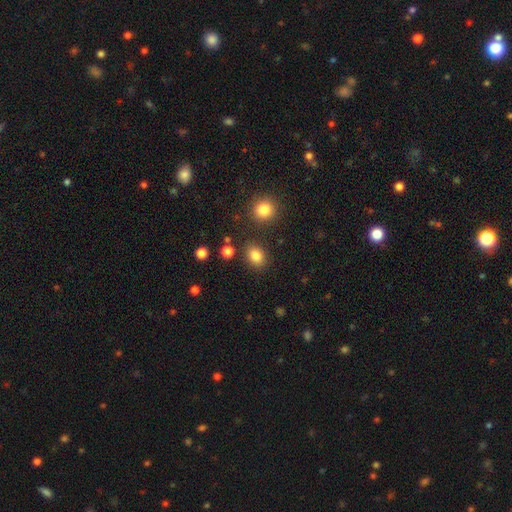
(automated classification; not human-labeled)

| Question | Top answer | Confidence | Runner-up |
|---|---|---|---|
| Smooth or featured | smooth | 84% | star or artifact (11%) |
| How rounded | in between | 58% | round (40%) |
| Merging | none | 83% | minor disturbance (9%) |